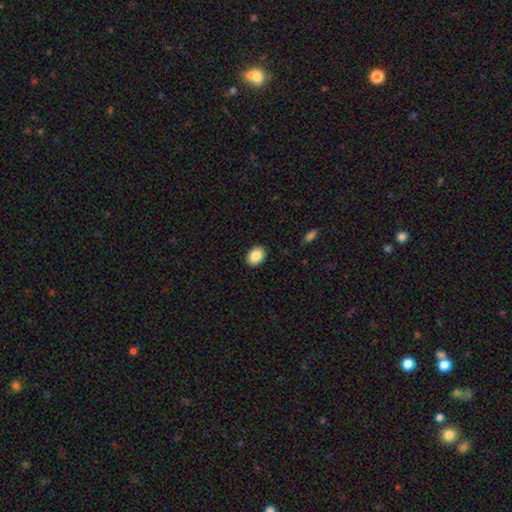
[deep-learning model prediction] Q: Smooth or featured?
A: smooth (87%); runner-up: star or artifact (7%)
Q: How rounded?
A: in between (75%); runner-up: round (24%)
Q: Merging?
A: none (90%); runner-up: minor disturbance (7%)